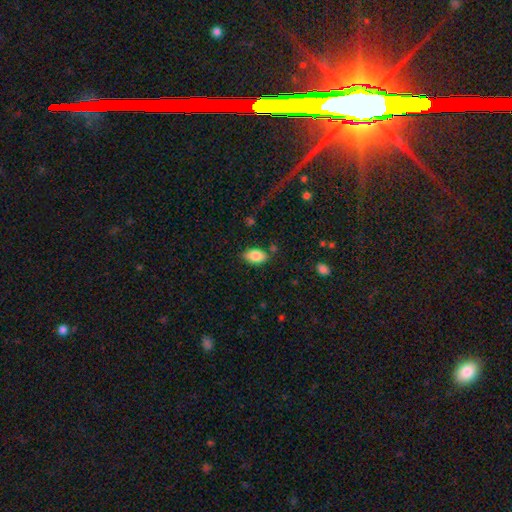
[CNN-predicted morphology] Smooth or featured? Predicted: smooth (p=0.85). How rounded? Predicted: in between (p=0.92). Merging? Predicted: none (p=0.80).